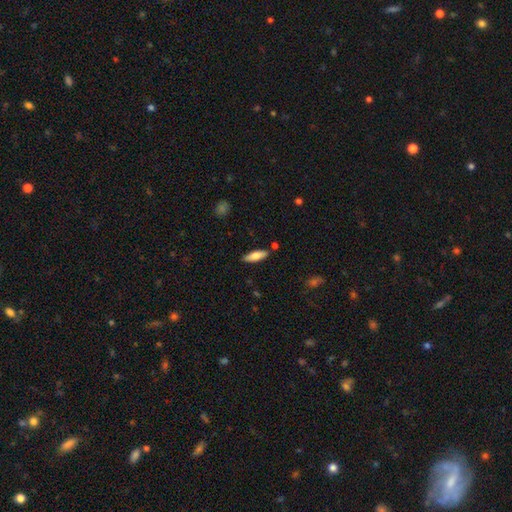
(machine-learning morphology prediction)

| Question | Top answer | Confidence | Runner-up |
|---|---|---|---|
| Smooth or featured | smooth | 73% | featured or disk (21%) |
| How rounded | in between | 51% | cigar-shaped (47%) |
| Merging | none | 84% | minor disturbance (10%) |